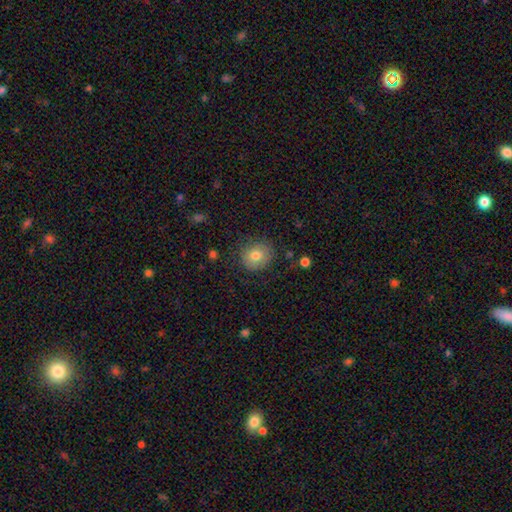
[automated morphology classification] Smooth or featured?
  - smooth: 77% *
  - featured or disk: 13%
  - star or artifact: 10%
How rounded?
  - round: 79% *
  - in between: 20%
  - cigar-shaped: 1%
Merging?
  - none: 81% *
  - minor disturbance: 14%
  - major disturbance: 4%
  - merger: 1%